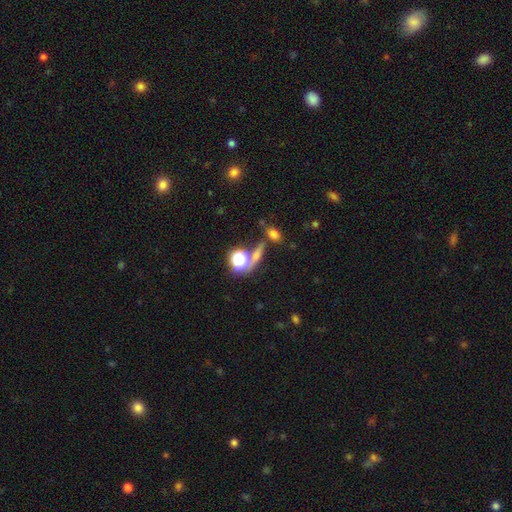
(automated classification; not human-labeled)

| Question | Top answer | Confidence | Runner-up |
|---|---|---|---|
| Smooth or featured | smooth | 46% | star or artifact (34%) |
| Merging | none | 58% | merger (24%) |